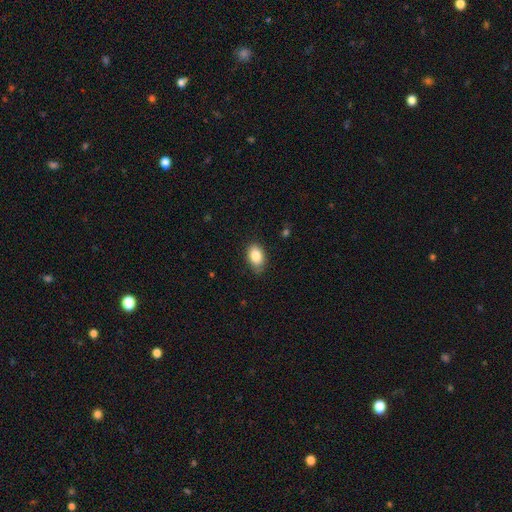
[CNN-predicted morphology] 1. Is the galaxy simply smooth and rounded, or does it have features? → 85% smooth, 8% star or artifact, 7% featured or disk.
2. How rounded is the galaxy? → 87% in between, 12% round, 1% cigar-shaped.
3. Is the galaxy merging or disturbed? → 78% none, 17% minor disturbance, 3% major disturbance, 1% merger.